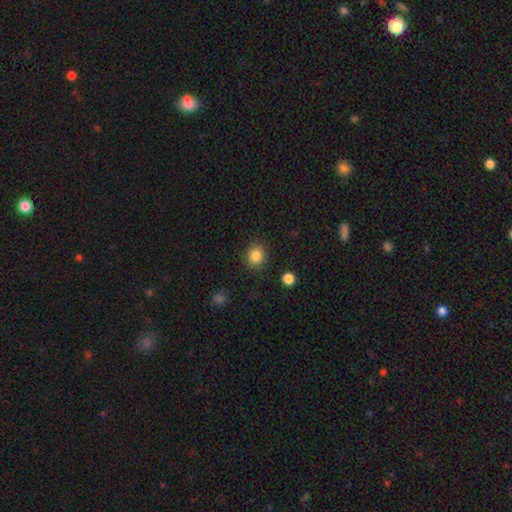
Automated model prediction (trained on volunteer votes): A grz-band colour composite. It shows a smooth galaxy with no disk features (85%) that is round (81%). Merging: none (89%).